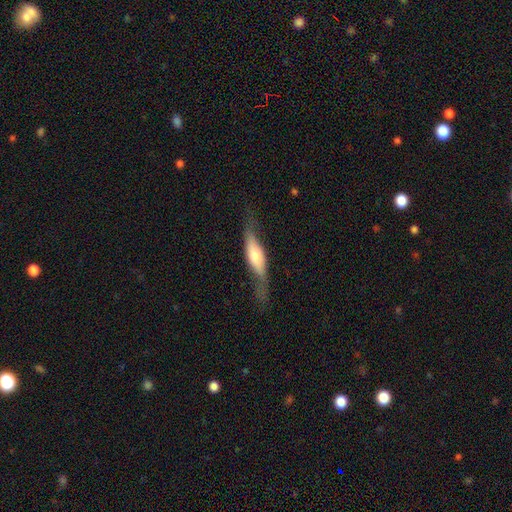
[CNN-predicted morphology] smooth_or_featured: featured or disk (p=0.52) [alt: smooth p=0.42]
disk_edge_on: yes (p=0.67) [alt: no p=0.33]
merging: none (p=0.57) [alt: minor disturbance p=0.25]